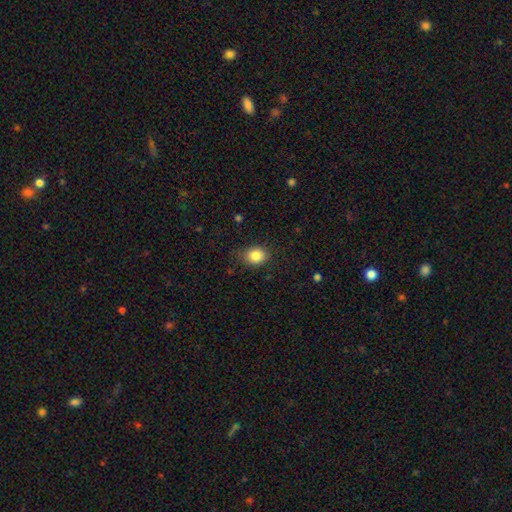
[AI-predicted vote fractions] smooth 86%, star or artifact 9%, featured or disk 5%. Down the decision tree: how rounded — in between (50%); merging — none (79%).